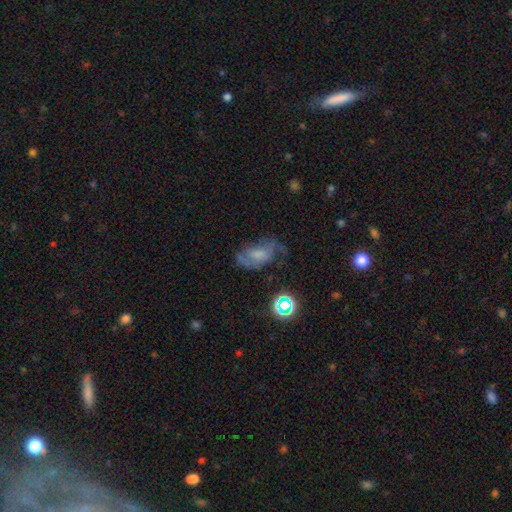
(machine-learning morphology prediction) Smooth or featured?
  - featured or disk: 54% *
  - smooth: 32%
  - star or artifact: 14%
Edge-on disk?
  - no: 95% *
  - yes: 5%
Bar?
  - no: 55% *
  - weak: 37%
  - strong: 9%
Spiral arms?
  - yes: 79% *
  - no: 21%
Bulge size?
  - moderate: 31% *
  - small: 28%
  - none: 27%
  - large: 12%
  - dominant: 2%
Merging?
  - none: 50% *
  - minor disturbance: 26%
  - major disturbance: 21%
  - merger: 3%